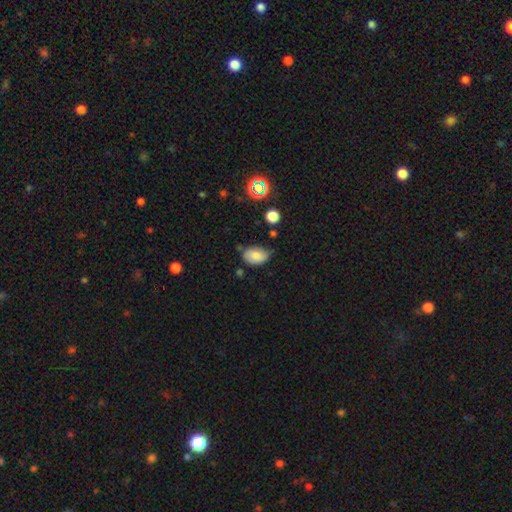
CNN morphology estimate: Smooth or featured: smooth — 79% (featured or disk — 12%)
How rounded: in between — 87% (round — 12%)
Merging: none — 61% (minor disturbance — 31%)